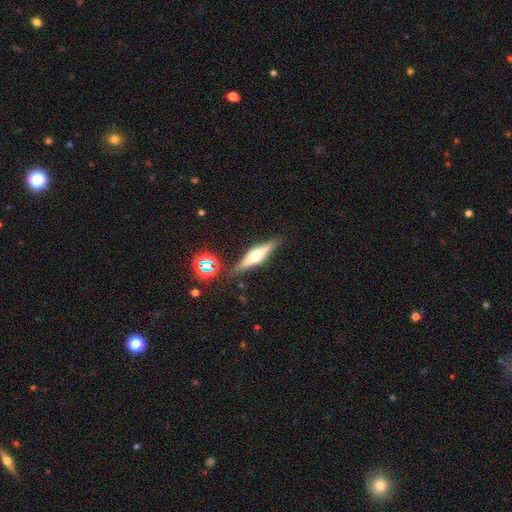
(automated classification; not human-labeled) Smooth or featured? Predicted: featured or disk (p=0.63). Edge-on disk? Predicted: yes (p=0.95). Edge-on bulge? Predicted: rounded (p=0.90). Merging? Predicted: none (p=0.84).